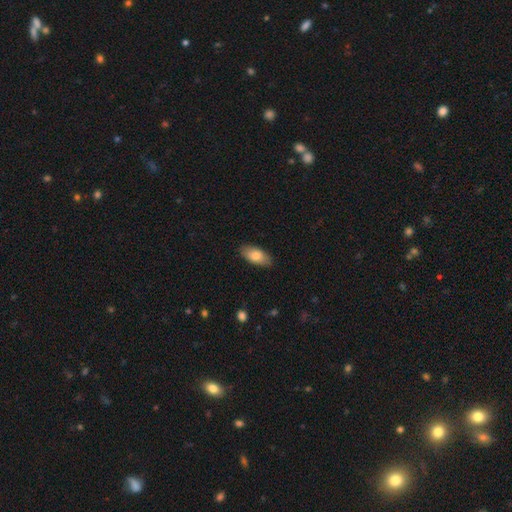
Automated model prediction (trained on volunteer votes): Q: Smooth or featured?
A: smooth (80%); runner-up: featured or disk (14%)
Q: How rounded?
A: in between (89%); runner-up: cigar-shaped (9%)
Q: Merging?
A: none (86%); runner-up: minor disturbance (10%)